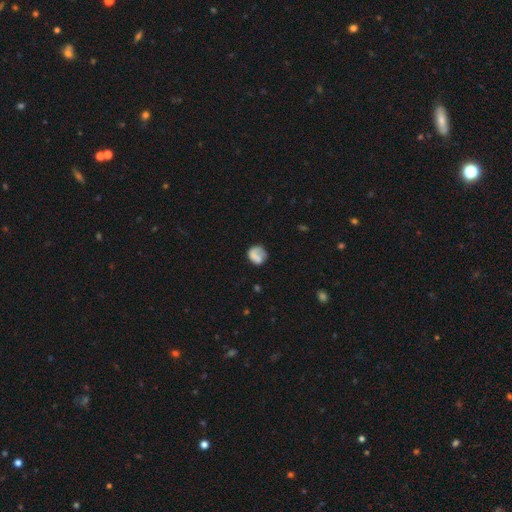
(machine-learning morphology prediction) The model was most divided on "merging": none: 53%, minor disturbance: 24%, major disturbance: 18%, merger: 4%. More confident: how rounded — round (74%); smooth or featured — smooth (65%).